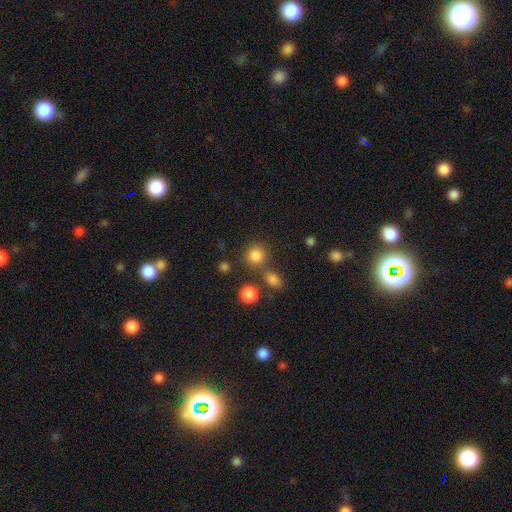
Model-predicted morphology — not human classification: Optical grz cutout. It shows a smooth galaxy with no disk features (82%) that is round (87%). Merging: none (66%).